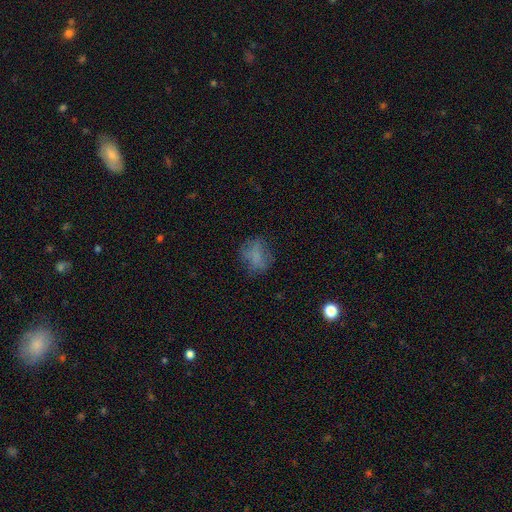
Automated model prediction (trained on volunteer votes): Morphology: type=smooth (64%); roundness=round (53%); merging=none (62%).